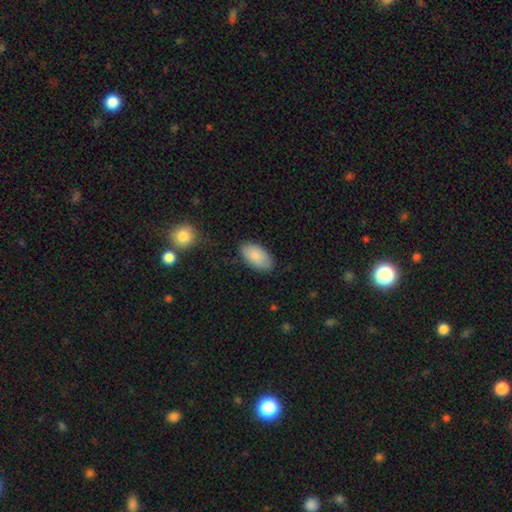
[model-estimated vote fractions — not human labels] A smooth galaxy with no disk features (86%) that is in between round and cigar-shaped (95%).

Vote fractions:
- Smooth or featured? smooth: 86% / featured or disk: 8% / star or artifact: 6%
- How rounded? in between: 95% / round: 2% / cigar-shaped: 2%
- Merging? none: 83% / minor disturbance: 13% / major disturbance: 3% / merger: 1%